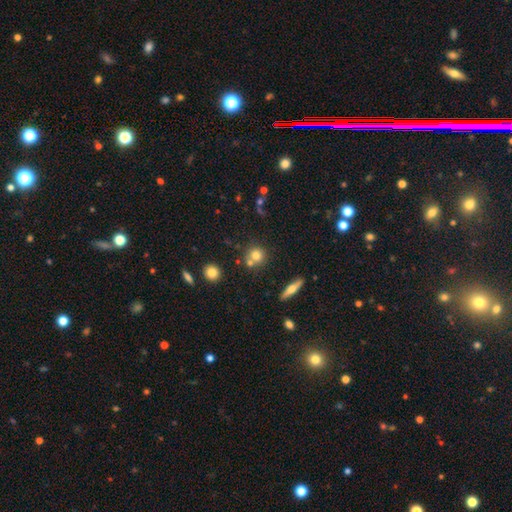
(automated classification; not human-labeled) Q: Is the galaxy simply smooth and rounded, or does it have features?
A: smooth — 73%.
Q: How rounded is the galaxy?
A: round — 88%.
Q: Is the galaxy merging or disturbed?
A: none — 61%.